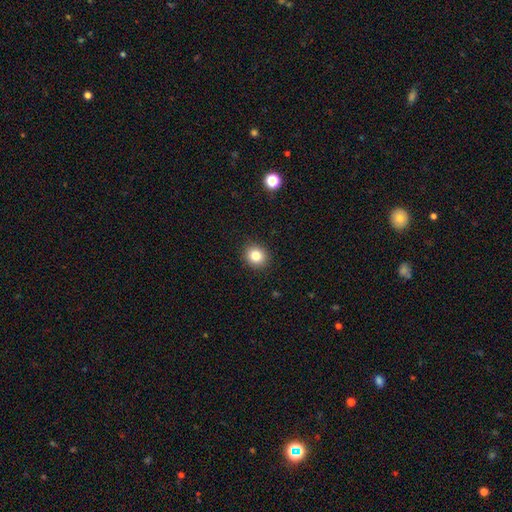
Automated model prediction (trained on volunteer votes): Overall: smooth (83%). How rounded: round (80%). Merging: none (91%).